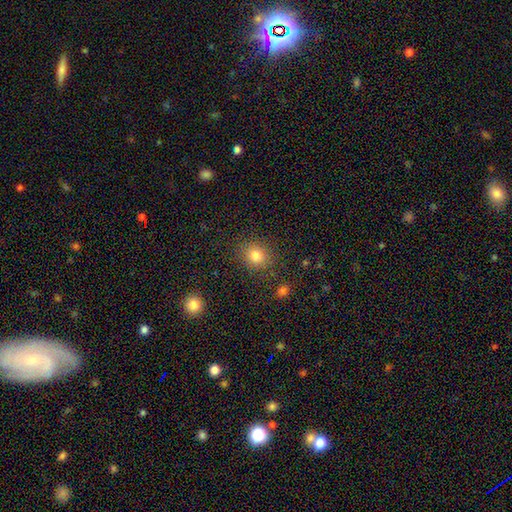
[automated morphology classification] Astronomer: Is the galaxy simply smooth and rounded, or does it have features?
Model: smooth — 80%.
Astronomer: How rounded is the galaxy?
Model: round — 74%.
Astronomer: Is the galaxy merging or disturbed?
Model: none — 85%.